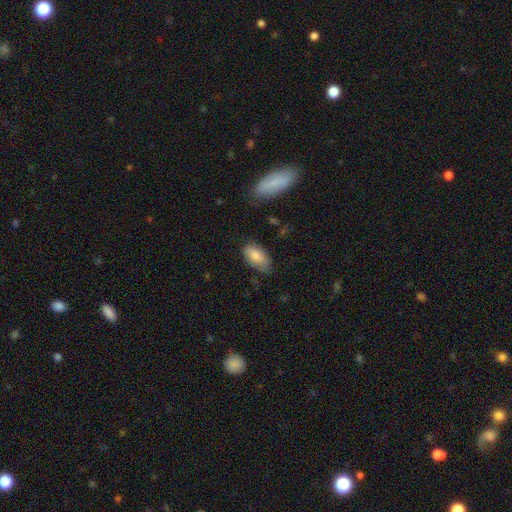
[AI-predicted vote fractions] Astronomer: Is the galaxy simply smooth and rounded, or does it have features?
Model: smooth — 84%.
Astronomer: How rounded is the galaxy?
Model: in between — 93%.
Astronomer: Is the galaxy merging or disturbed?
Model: none — 65%.